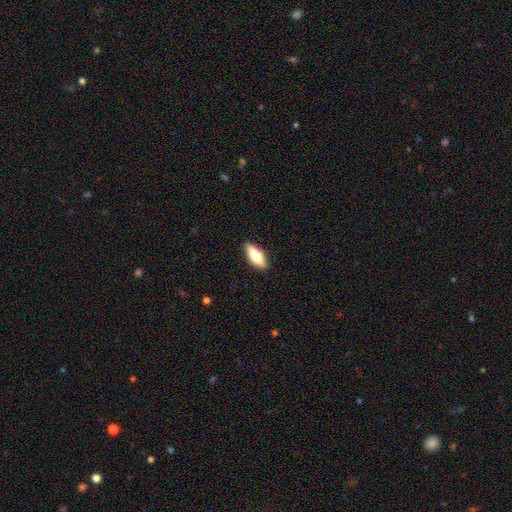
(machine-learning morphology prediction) smooth-or-featured: smooth: 72% | featured or disk: 22% | star or artifact: 6%
  how-rounded: in between: 73% | cigar-shaped: 25% | round: 2%
  merging: none: 88% | minor disturbance: 9% | major disturbance: 2% | merger: 1%